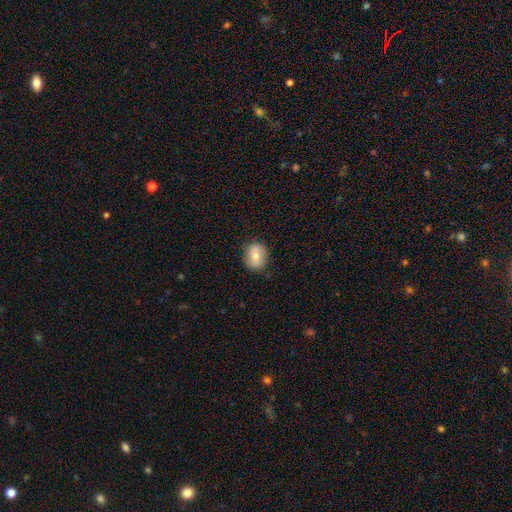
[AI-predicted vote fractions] Morphology: type=smooth (73%); roundness=round (55%); merging=none (84%).